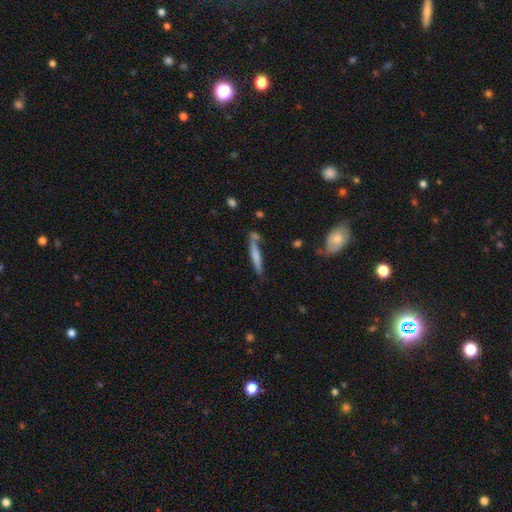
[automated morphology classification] smooth-or-featured: smooth: 61% | featured or disk: 32% | star or artifact: 7%
  how-rounded: cigar-shaped: 92% | in between: 6% | round: 2%
  merging: none: 67% | minor disturbance: 17% | merger: 12% | major disturbance: 4%